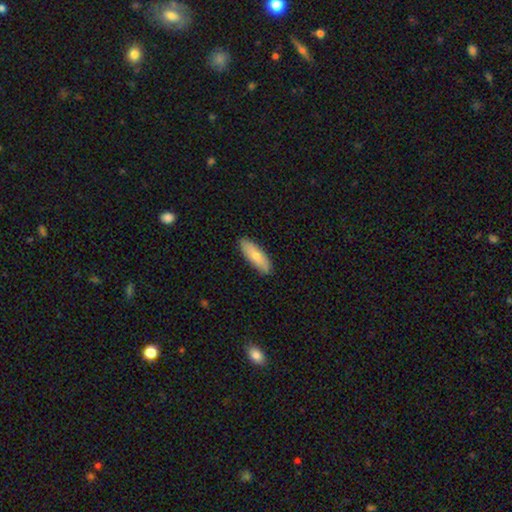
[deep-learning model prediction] This is likely a smooth galaxy (73%). How rounded: possibly in between (58%). Merging: clearly none (86%).